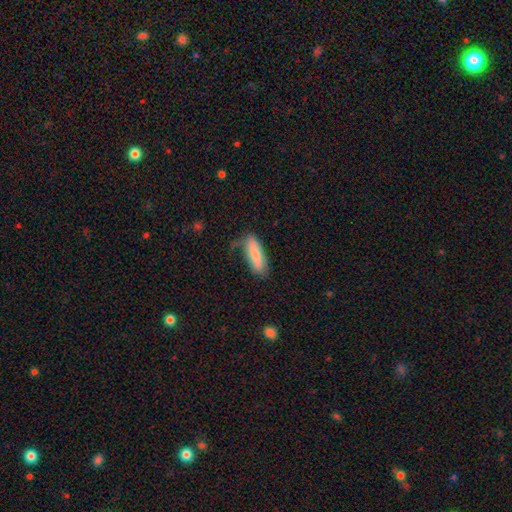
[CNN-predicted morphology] smooth_or_featured: smooth (p=0.81) [alt: featured or disk p=0.13]
how_rounded: in between (p=0.50) [alt: cigar-shaped p=0.48]
merging: none (p=0.51) [alt: minor disturbance p=0.32]